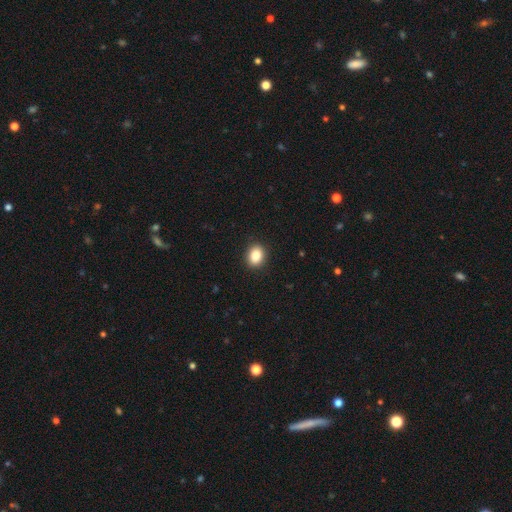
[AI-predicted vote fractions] smooth-or-featured: smooth: 87% | star or artifact: 9% | featured or disk: 4%
  how-rounded: round: 52% | in between: 47% | cigar-shaped: 1%
  merging: none: 90% | minor disturbance: 7% | major disturbance: 2% | merger: 1%